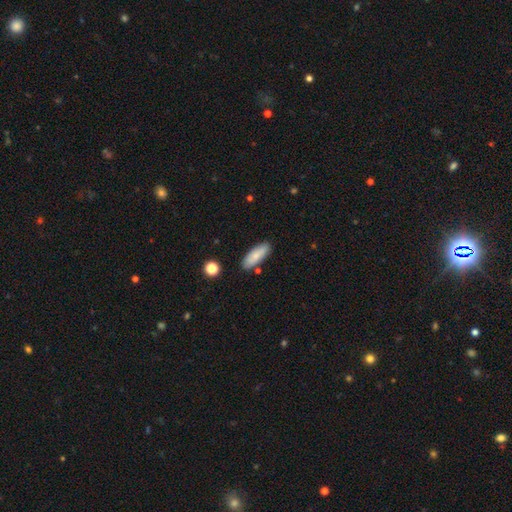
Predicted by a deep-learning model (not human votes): The model was most divided on "how rounded": in between: 65%, cigar-shaped: 33%, round: 2%. More confident: merging — none (83%); smooth or featured — smooth (79%).